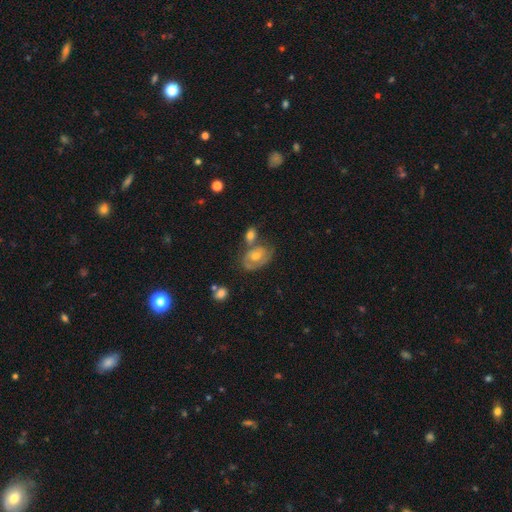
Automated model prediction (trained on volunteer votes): Smooth or featured? featured or disk (57%)
Edge-on disk? no (95%)
Bar? no (65%)
Spiral arms? yes (62%)
Bulge size? moderate (70%)
Merging? none (54%)